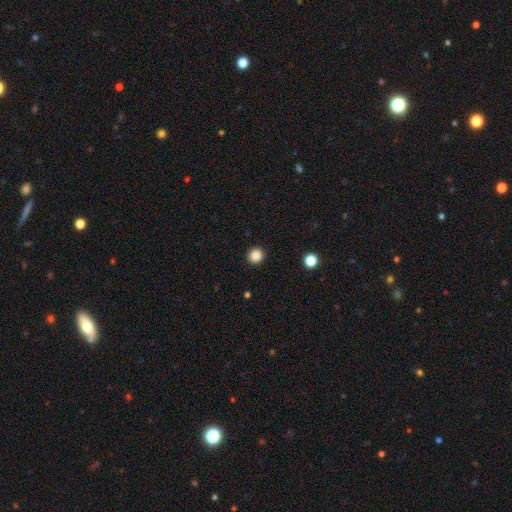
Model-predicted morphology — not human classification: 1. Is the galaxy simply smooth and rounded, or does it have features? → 86% smooth, 11% star or artifact, 3% featured or disk.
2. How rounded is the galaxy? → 93% round, 6% in between, 1% cigar-shaped.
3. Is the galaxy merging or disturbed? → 93% none, 4% minor disturbance, 2% major disturbance, 1% merger.